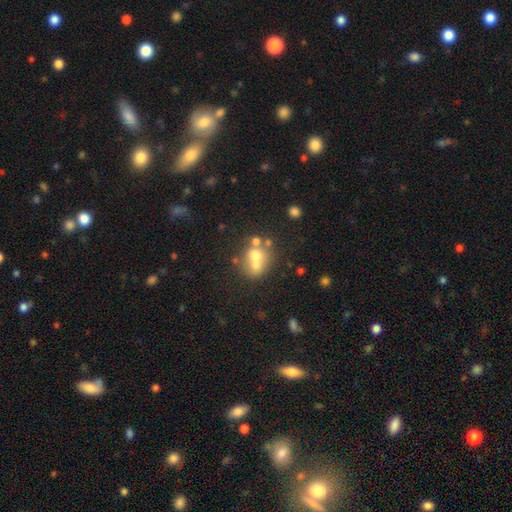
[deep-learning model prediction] Overall: smooth (57%; featured or disk 29%). How rounded: round (71%). Merging: merger (52%; none 34%).